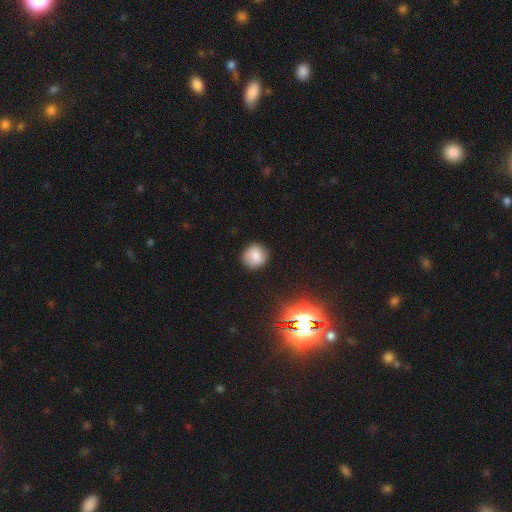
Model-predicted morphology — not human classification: The model was most divided on "smooth or featured": smooth: 81%, star or artifact: 11%, featured or disk: 8%. More confident: how rounded — round (89%); merging — none (86%).